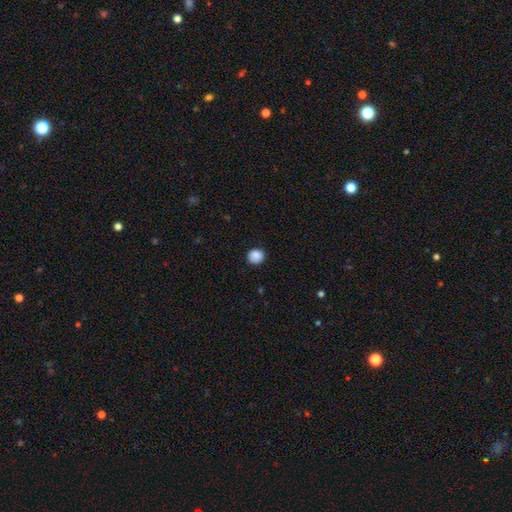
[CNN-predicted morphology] This appears to be a smooth galaxy with no disk features (88%) that is round (89%). Merging: none (89%).